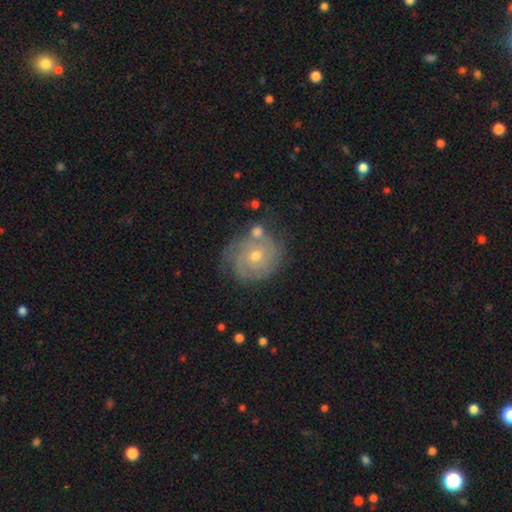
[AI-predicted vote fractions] A featured or disk galaxy (70%) with no bar (79%), tight (72%) spiral arms (85%) and a moderate central bulge (52%).

Vote fractions:
- Smooth or featured? featured or disk: 70% / smooth: 23% / star or artifact: 7%
- Edge-on disk? no: 97% / yes: 3%
- Bar? no: 79% / weak: 18% / strong: 3%
- Spiral arms? yes: 85% / no: 15%
- Spiral winding? tight: 72% / medium: 22% / loose: 7%
- Spiral arm count? can't tell: 41% / 2: 21% / 3: 20% / 4: 8% / 1: 5% / more than 4: 5%
- Bulge size? moderate: 52% / small: 45% / large: 2% / none: 1% / dominant: 1%
- Merging? none: 60% / minor disturbance: 20% / merger: 13% / major disturbance: 8%